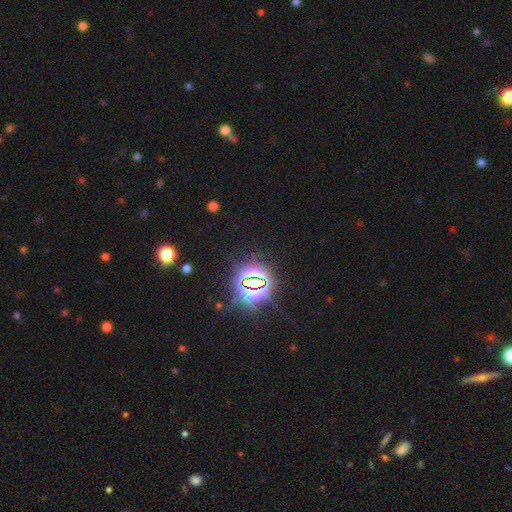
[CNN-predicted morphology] Q: Smooth or featured?
A: star or artifact (80%); runner-up: smooth (14%)